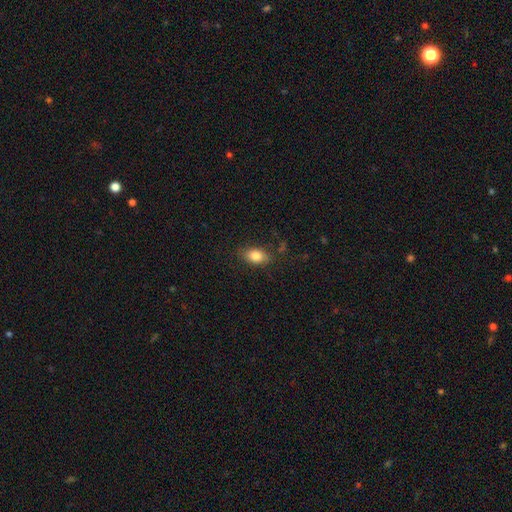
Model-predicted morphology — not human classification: Smooth or featured? Predicted: smooth (p=0.83). How rounded? Predicted: in between (p=0.86). Merging? Predicted: none (p=0.81).